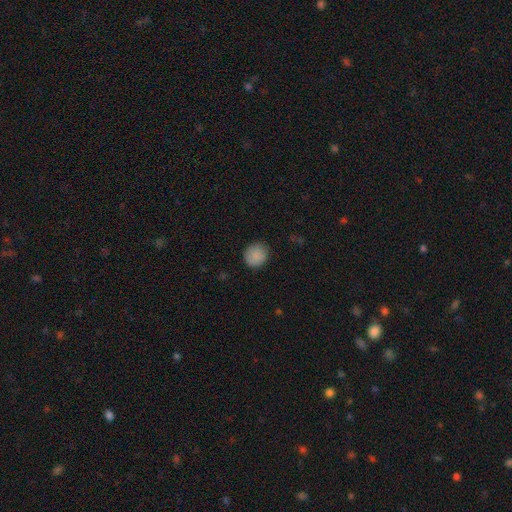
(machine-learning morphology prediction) Q: Smooth or featured?
A: smooth (87%); runner-up: star or artifact (8%)
Q: How rounded?
A: round (88%); runner-up: in between (11%)
Q: Merging?
A: none (87%); runner-up: minor disturbance (10%)